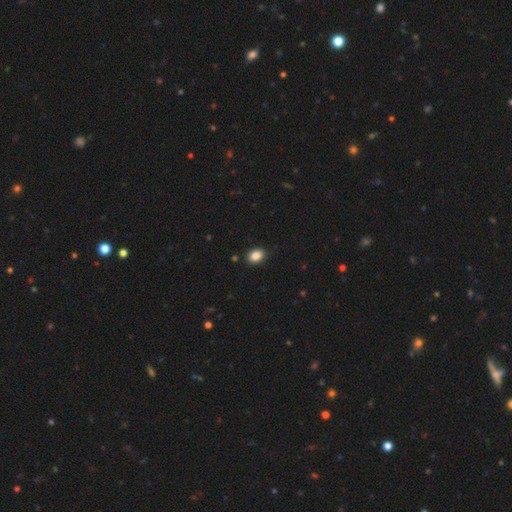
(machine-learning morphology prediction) smooth 87%, star or artifact 9%, featured or disk 4%. Down the decision tree: how rounded — in between (76%); merging — none (89%).